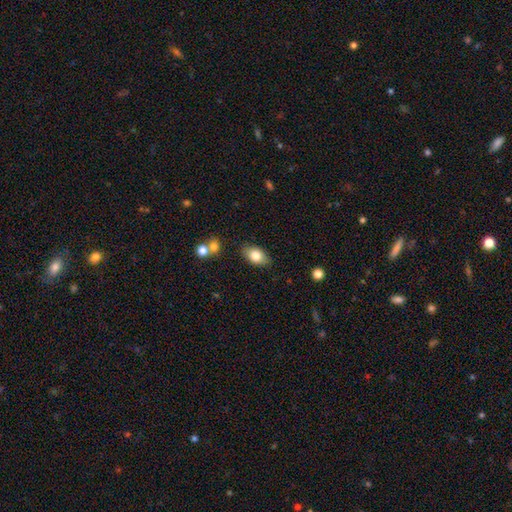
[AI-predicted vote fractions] Q: Smooth or featured?
A: smooth (81%); runner-up: featured or disk (12%)
Q: How rounded?
A: in between (87%); runner-up: round (11%)
Q: Merging?
A: none (84%); runner-up: minor disturbance (11%)